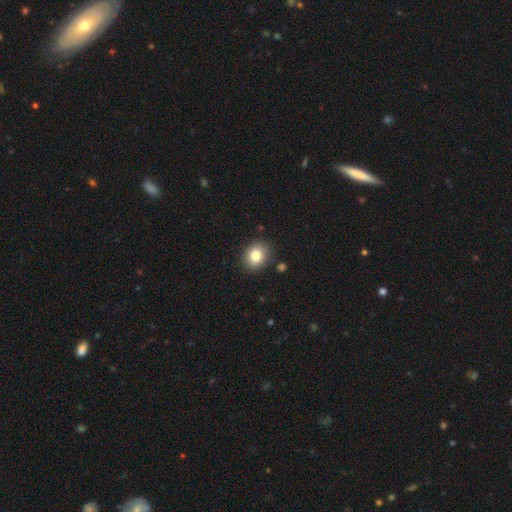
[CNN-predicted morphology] smooth 82%, star or artifact 10%, featured or disk 8%. Down the decision tree: how rounded — round (63%); merging — none (87%).